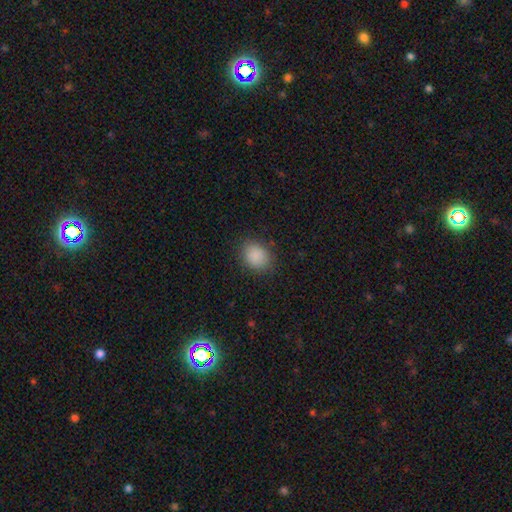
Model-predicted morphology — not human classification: type=smooth (88%); roundness=round (52%); merging=none (84%).